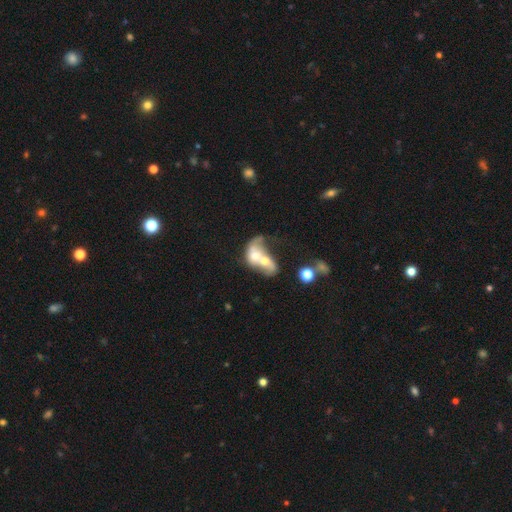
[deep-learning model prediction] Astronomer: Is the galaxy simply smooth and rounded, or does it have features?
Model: featured or disk — 49% (runner-up: smooth, 42%).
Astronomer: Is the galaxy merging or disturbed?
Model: merger — 80%.